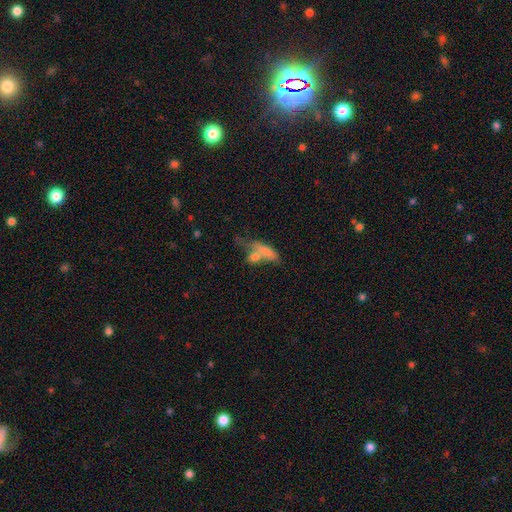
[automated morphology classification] Overall: smooth (67%). How rounded: in between (55%; cigar-shaped 36%). Merging: merger (47%; none 29%).